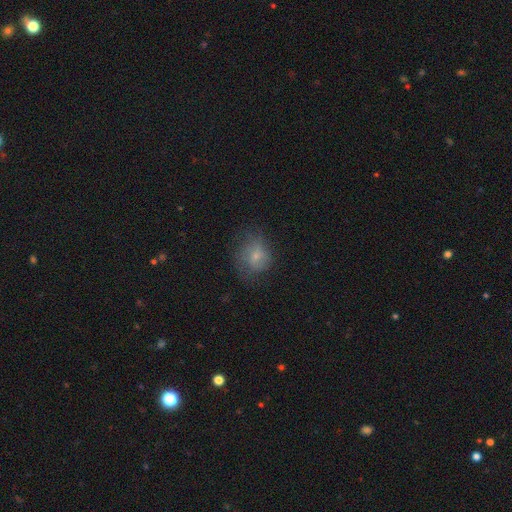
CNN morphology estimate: type=smooth (63%); roundness=round (66%); merging=none (59%).